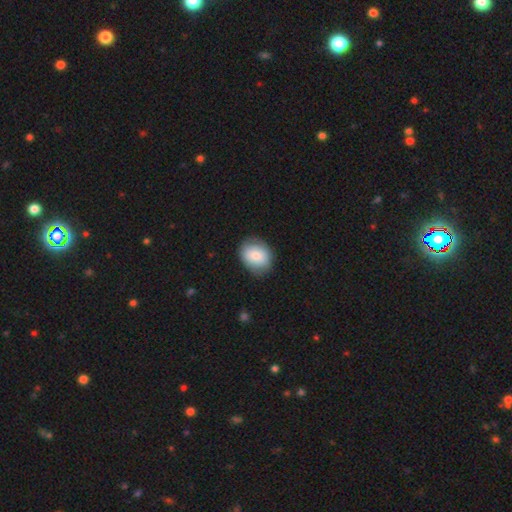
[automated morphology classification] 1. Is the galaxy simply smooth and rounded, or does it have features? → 79% smooth, 14% featured or disk, 7% star or artifact.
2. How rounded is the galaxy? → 50% round, 49% in between, 1% cigar-shaped.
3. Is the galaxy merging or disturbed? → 79% none, 15% minor disturbance, 4% major disturbance, 1% merger.